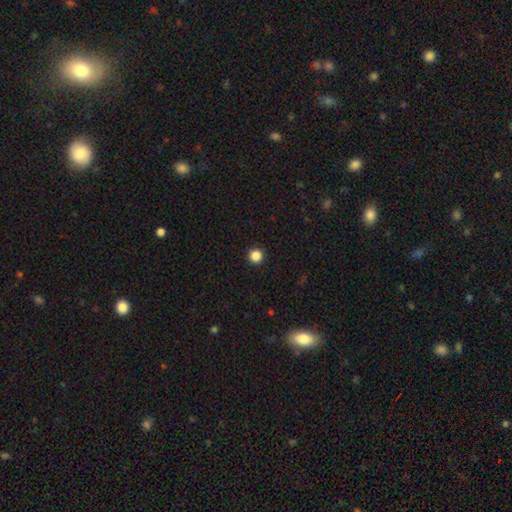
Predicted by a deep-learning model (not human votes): smooth-or-featured: smooth: 85% | star or artifact: 12% | featured or disk: 3%
  how-rounded: round: 96% | in between: 3% | cigar-shaped: 1%
  merging: none: 94% | minor disturbance: 4% | major disturbance: 1% | merger: 1%